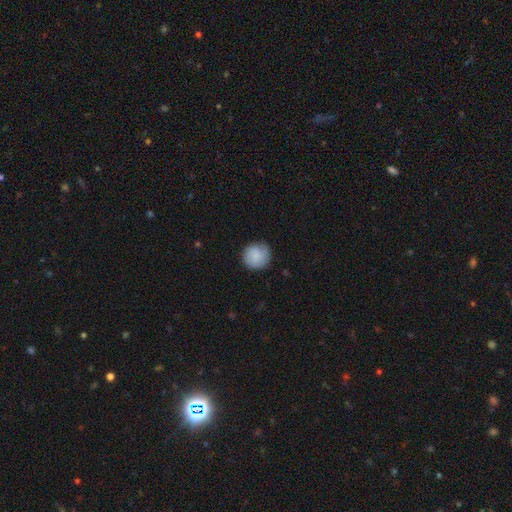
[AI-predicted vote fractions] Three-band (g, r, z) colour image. It shows a smooth galaxy with no disk features (75%) that is round (91%). Merging: none (79%).